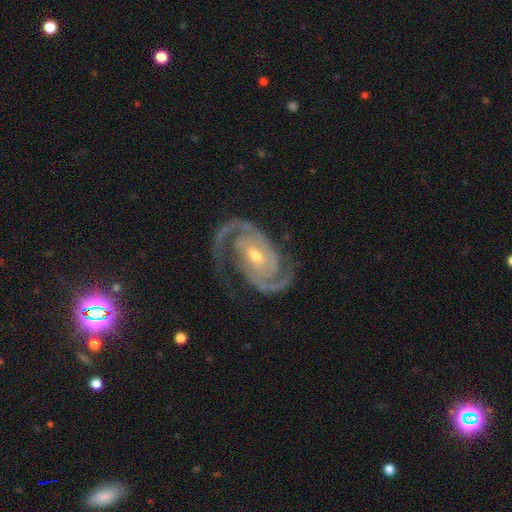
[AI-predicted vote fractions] A featured or disk galaxy (93%) with no bar (50%), 2 (91%) tight (49%) spiral arms (99%) and a small central bulge (53%).

Vote fractions:
- Smooth or featured? featured or disk: 93% / star or artifact: 4% / smooth: 3%
- Edge-on disk? no: 97% / yes: 3%
- Bar? no: 50% / weak: 31% / strong: 19%
- Spiral arms? yes: 99% / no: 1%
- Spiral winding? tight: 49% / medium: 44% / loose: 7%
- Spiral arm count? 2: 91% / 3: 3% / can't tell: 2% / 1: 1% / 4: 1% / more than 4: 1%
- Bulge size? small: 53% / moderate: 44% / large: 2% / none: 1% / dominant: 1%
- Merging? none: 78% / minor disturbance: 14% / major disturbance: 7% / merger: 1%